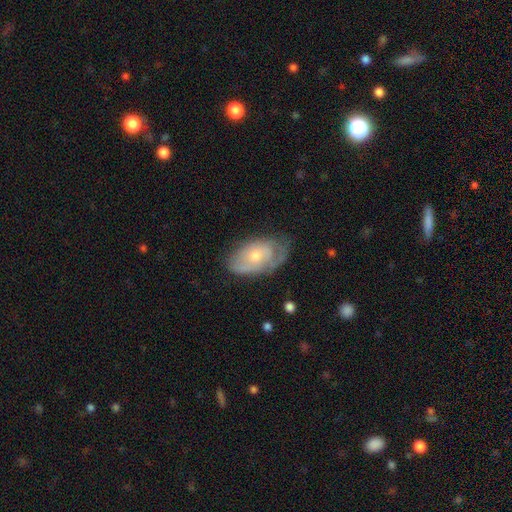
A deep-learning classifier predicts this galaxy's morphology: Overall: featured or disk (55%; smooth 38%). Edge-on disk: no (92%). Bar: no (82%). Spiral arms: yes (62%; no 38%). Bulge size: moderate (51%; small 43%). Merging: none (55%; minor disturbance 31%).